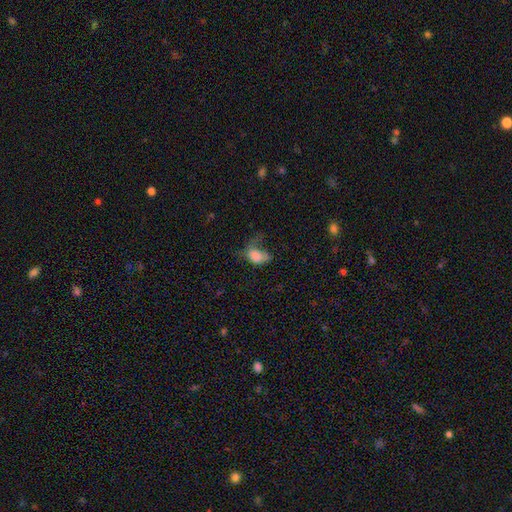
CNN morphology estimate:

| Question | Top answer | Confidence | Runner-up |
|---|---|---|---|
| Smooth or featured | smooth | 73% | featured or disk (15%) |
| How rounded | in between | 85% | round (13%) |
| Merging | major disturbance | 51% | minor disturbance (24%) |